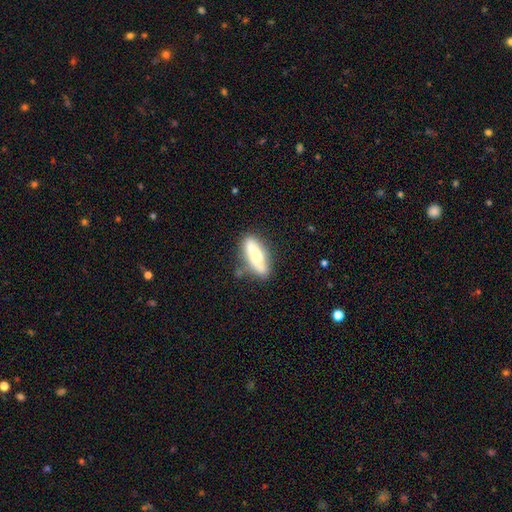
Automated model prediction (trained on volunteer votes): Morphology: type=smooth (55%); roundness=in between (55%); merging=none (73%).